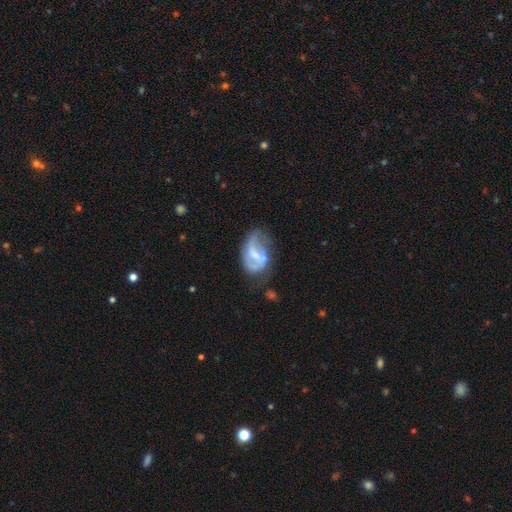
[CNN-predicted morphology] Smooth or featured?
  - featured or disk: 62% *
  - smooth: 31%
  - star or artifact: 7%
Edge-on disk?
  - no: 97% *
  - yes: 3%
Bar?
  - weak: 46% *
  - no: 37%
  - strong: 17%
Spiral arms?
  - yes: 63% *
  - no: 37%
Bulge size?
  - small: 35% *
  - moderate: 32%
  - none: 27%
  - large: 5%
  - dominant: 1%
Merging?
  - none: 34% *
  - major disturbance: 30%
  - minor disturbance: 30%
  - merger: 7%